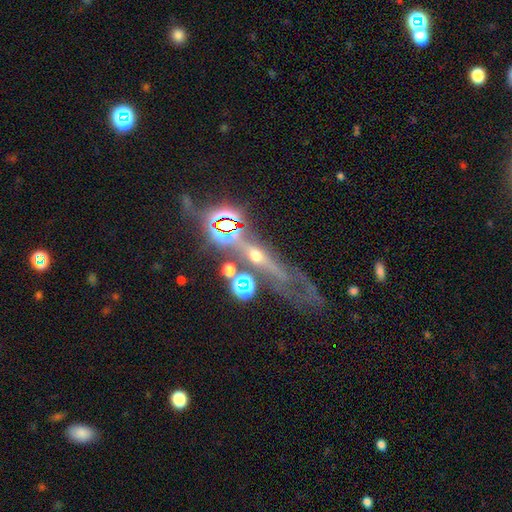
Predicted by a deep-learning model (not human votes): Overall: featured or disk (55%; star or artifact 25%). Edge-on disk: yes (76%). Merging: none (57%; minor disturbance 18%).